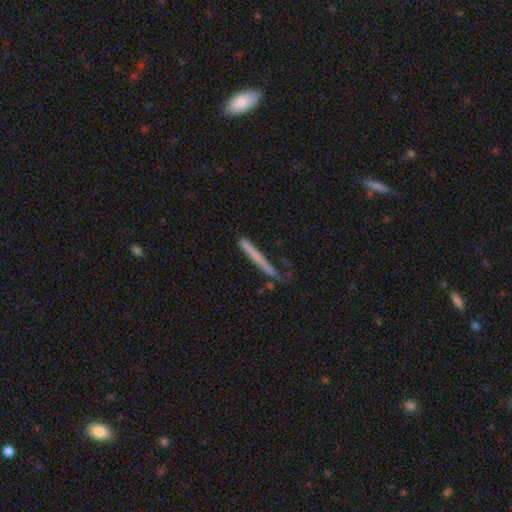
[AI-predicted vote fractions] smooth_or_featured: smooth (p=0.60) [alt: featured or disk p=0.32]
how_rounded: cigar-shaped (p=0.96) [alt: in between p=0.02]
merging: none (p=0.66) [alt: minor disturbance p=0.21]